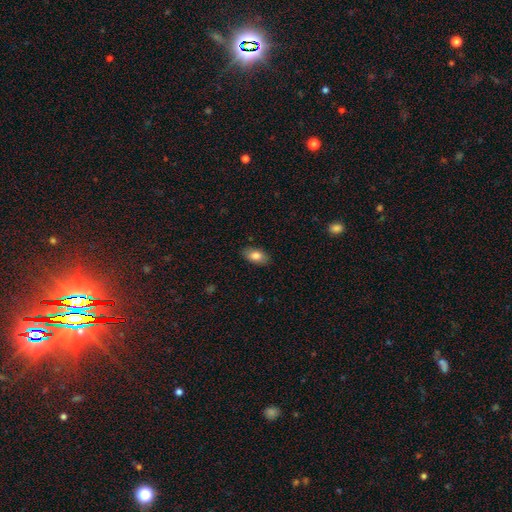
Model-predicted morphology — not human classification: A smooth galaxy with no disk features (83%) that is in between round and cigar-shaped (92%). Merging: none (87%).